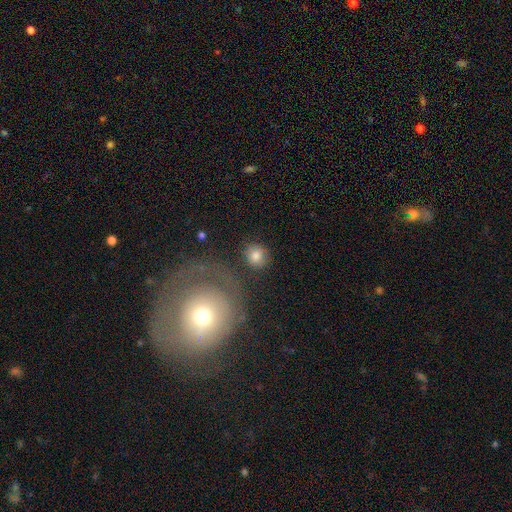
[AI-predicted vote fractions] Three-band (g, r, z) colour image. It shows a smooth galaxy with no disk features (80%) that is round (86%). Merging: none (80%).